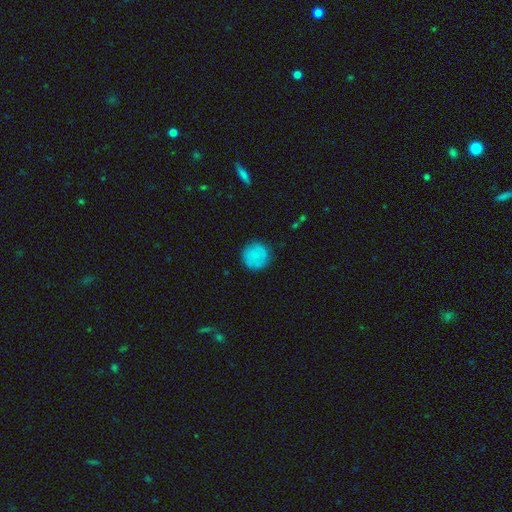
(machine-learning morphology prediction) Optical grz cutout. It shows a smooth galaxy with no disk features (84%) that is round (94%). Merging: none (87%).